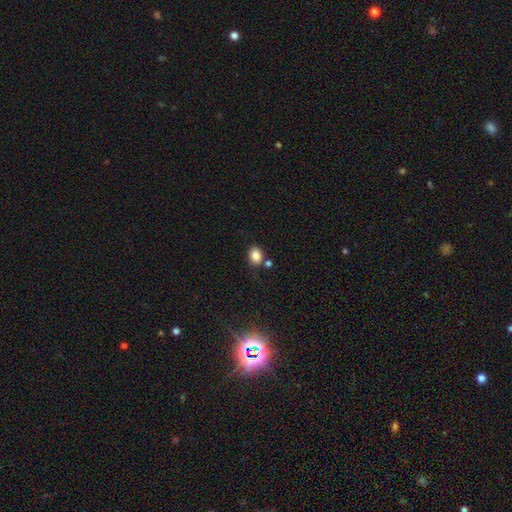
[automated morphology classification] The model was most divided on "how rounded": in between: 50%, round: 49%, cigar-shaped: 1%. More confident: smooth or featured — smooth (84%); merging — none (73%).